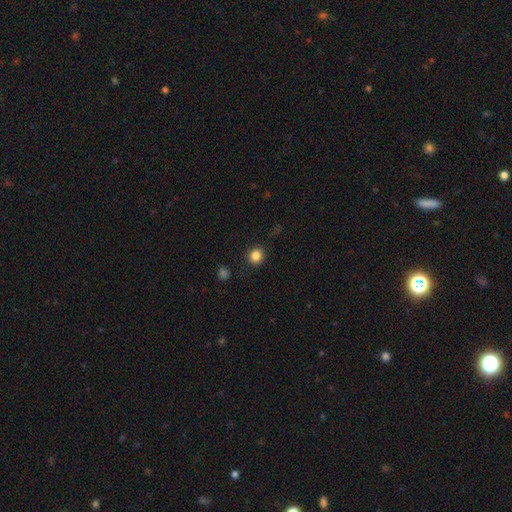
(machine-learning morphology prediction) smooth-or-featured: smooth: 84% | star or artifact: 12% | featured or disk: 4%
  how-rounded: round: 86% | in between: 13% | cigar-shaped: 1%
  merging: none: 87% | minor disturbance: 9% | major disturbance: 3% | merger: 1%